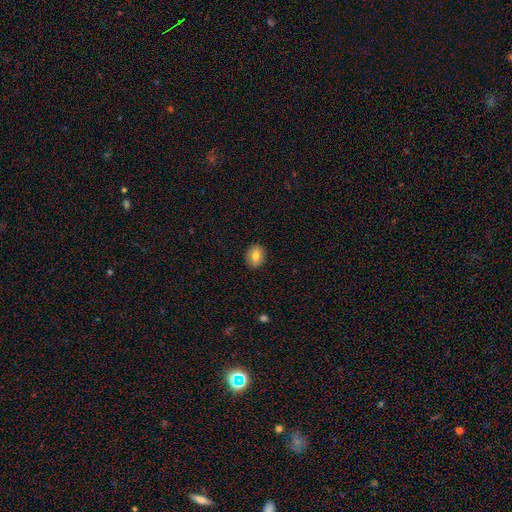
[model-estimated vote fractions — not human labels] This appears to be a smooth galaxy with no disk features (80%) that is round (51%). Merging: none (90%).